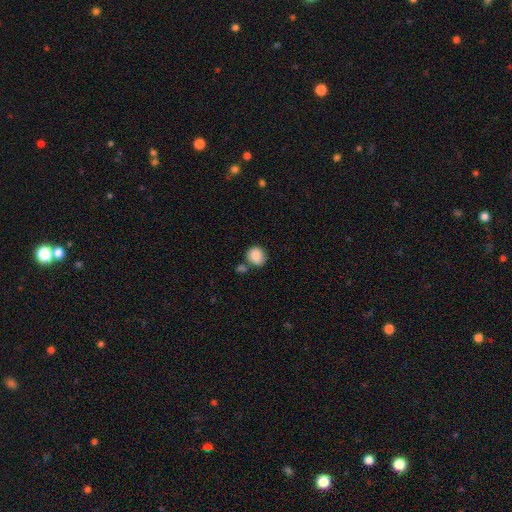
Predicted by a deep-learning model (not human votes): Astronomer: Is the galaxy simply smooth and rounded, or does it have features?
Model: smooth — 88%.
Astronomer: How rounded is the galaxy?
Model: round — 77%.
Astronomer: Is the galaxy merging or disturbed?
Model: none — 65%.